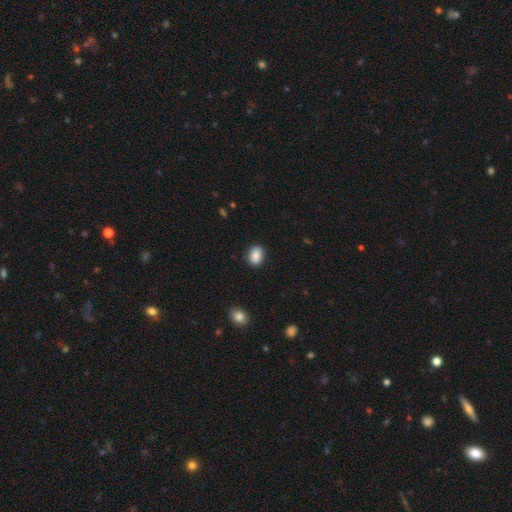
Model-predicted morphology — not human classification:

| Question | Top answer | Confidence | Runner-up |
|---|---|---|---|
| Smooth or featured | smooth | 87% | star or artifact (8%) |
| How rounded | in between | 78% | round (21%) |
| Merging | none | 86% | minor disturbance (10%) |